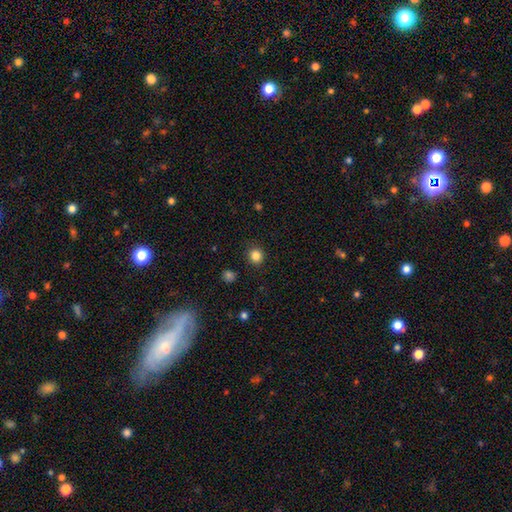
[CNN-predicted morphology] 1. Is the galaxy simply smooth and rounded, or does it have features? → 84% smooth, 12% star or artifact, 4% featured or disk.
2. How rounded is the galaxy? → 90% round, 9% in between, 1% cigar-shaped.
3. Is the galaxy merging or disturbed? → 91% none, 6% minor disturbance, 2% major disturbance, 1% merger.